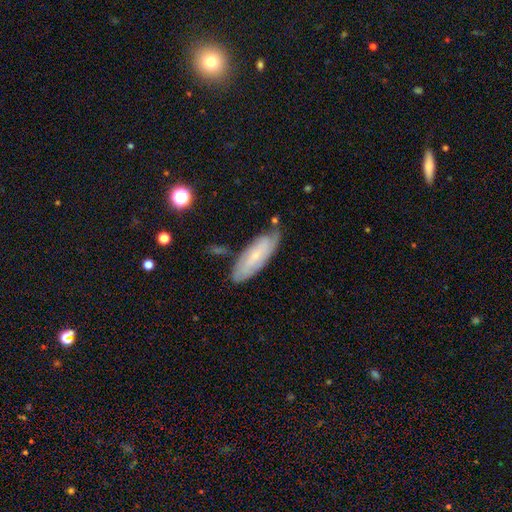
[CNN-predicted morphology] type=featured or disk (48%); merging=none (73%).